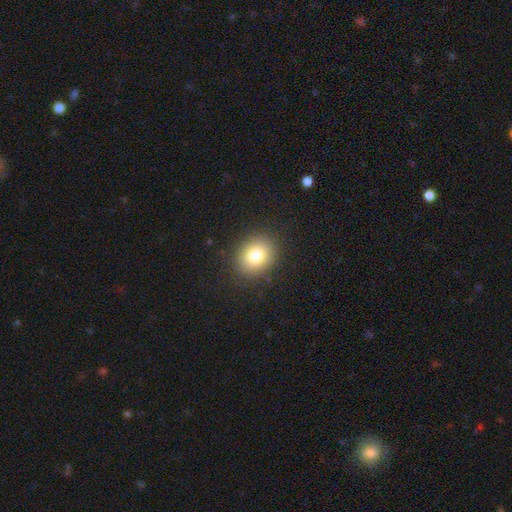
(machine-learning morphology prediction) Smooth or featured?
  - smooth: 79% *
  - star or artifact: 11%
  - featured or disk: 10%
How rounded?
  - round: 59% *
  - in between: 40%
  - cigar-shaped: 1%
Merging?
  - none: 88% *
  - minor disturbance: 8%
  - major disturbance: 3%
  - merger: 1%